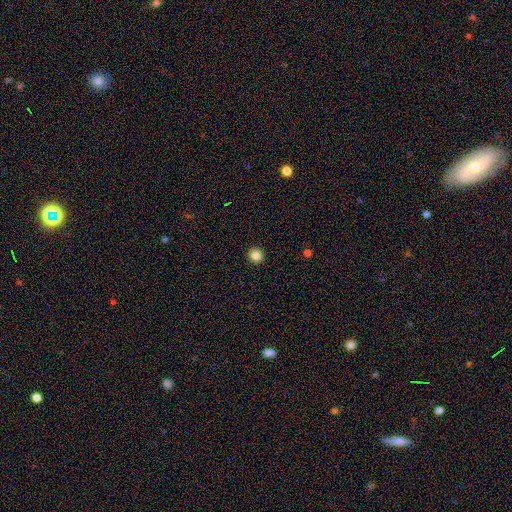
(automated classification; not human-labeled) This appears to be a smooth galaxy with no disk features (85%) that is round (95%). Merging: none (94%).